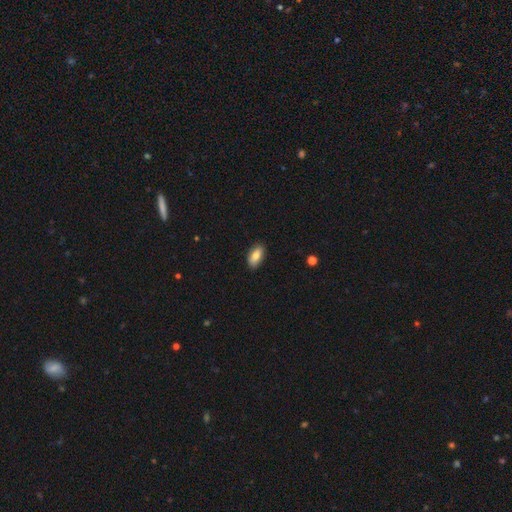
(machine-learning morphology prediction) Smooth or featured? Predicted: smooth (p=0.82). How rounded? Predicted: in between (p=0.90). Merging? Predicted: none (p=0.88).